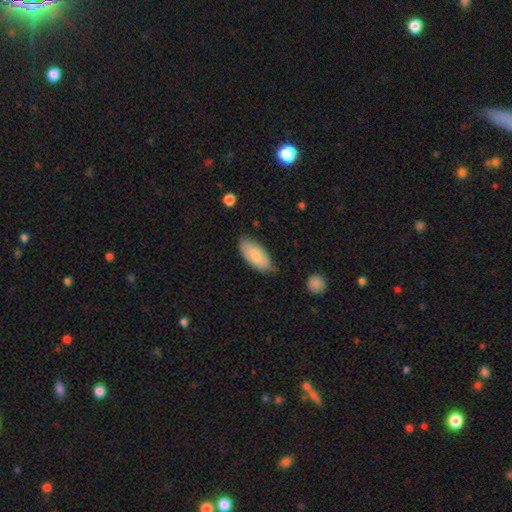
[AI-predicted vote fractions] The model was most divided on "merging": none: 65%, minor disturbance: 28%, major disturbance: 4%, merger: 2%. More confident: how rounded — in between (92%); smooth or featured — smooth (78%).